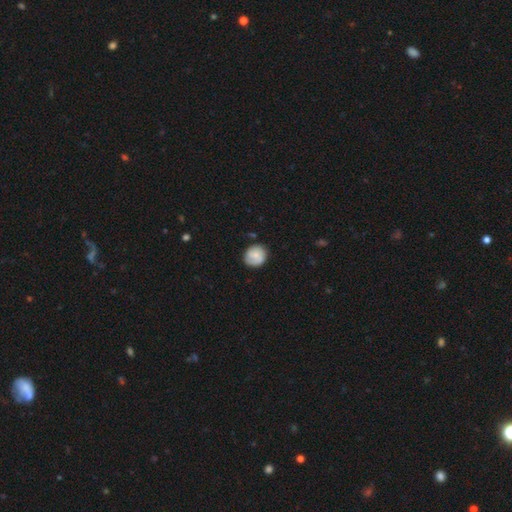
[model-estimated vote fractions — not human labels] This appears to be a smooth galaxy with no disk features (66%) that is round (78%). Merging: none (74%).